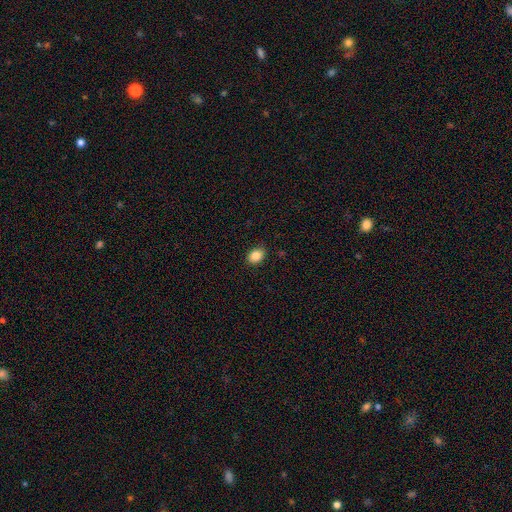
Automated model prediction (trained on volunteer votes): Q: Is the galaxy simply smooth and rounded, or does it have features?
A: smooth — 86%.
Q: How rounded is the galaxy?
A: in between — 63%.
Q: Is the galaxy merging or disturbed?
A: none — 88%.